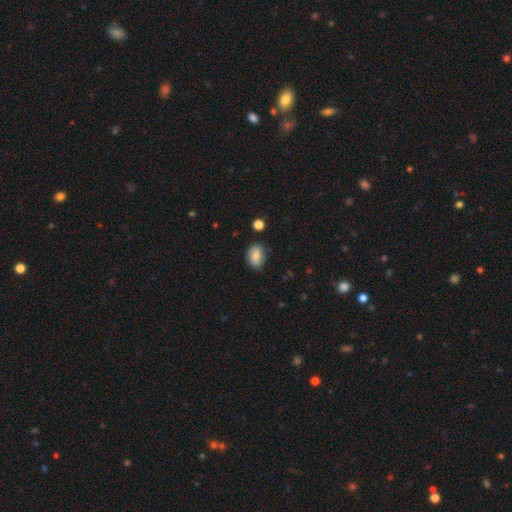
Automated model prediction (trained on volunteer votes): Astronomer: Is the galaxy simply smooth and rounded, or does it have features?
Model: smooth — 83%.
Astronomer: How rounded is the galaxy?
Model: in between — 77%.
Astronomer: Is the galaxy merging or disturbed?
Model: none — 75%.